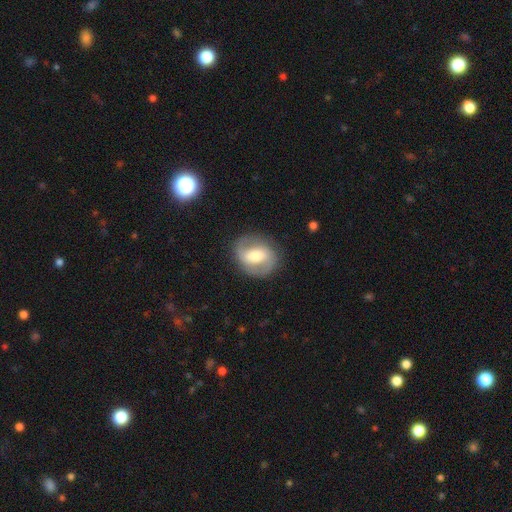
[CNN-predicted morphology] Q: Smooth or featured?
A: featured or disk (71%); runner-up: smooth (23%)
Q: Edge-on disk?
A: no (97%); runner-up: yes (3%)
Q: Bar?
A: weak (42%); runner-up: strong (38%)
Q: Spiral arms?
A: yes (84%); runner-up: no (16%)
Q: Spiral winding?
A: medium (49%); runner-up: tight (28%)
Q: Spiral arm count?
A: 2 (88%); runner-up: can't tell (6%)
Q: Bulge size?
A: moderate (58%); runner-up: small (20%)
Q: Merging?
A: none (83%); runner-up: minor disturbance (11%)